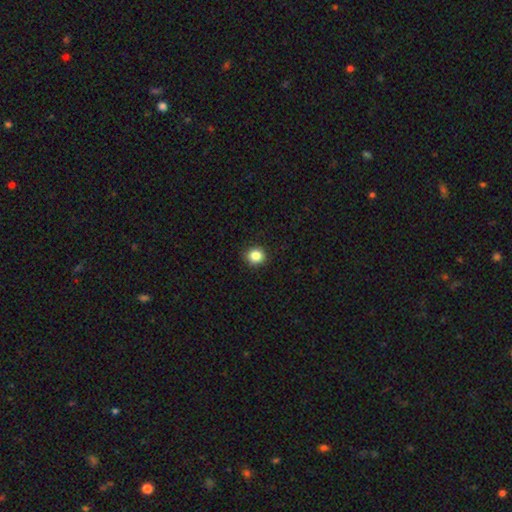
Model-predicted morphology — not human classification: A smooth galaxy with no disk features (85%) that is round (88%).

Vote fractions:
- Smooth or featured? smooth: 85% / star or artifact: 11% / featured or disk: 4%
- How rounded? round: 88% / in between: 11% / cigar-shaped: 1%
- Merging? none: 91% / minor disturbance: 6% / major disturbance: 2% / merger: 1%